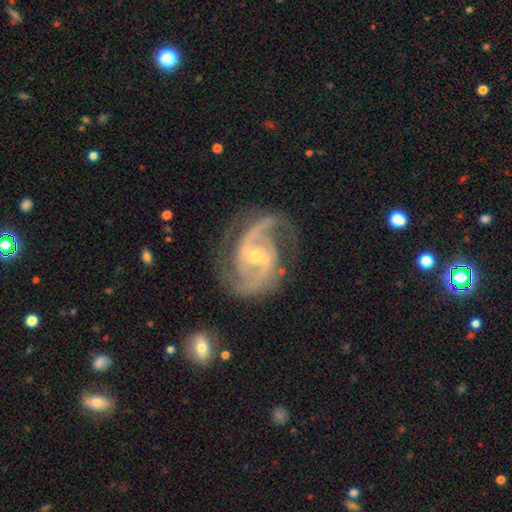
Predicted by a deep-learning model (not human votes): smooth-or-featured: featured or disk: 93% | star or artifact: 4% | smooth: 3%
  disk-edge-on: no: 98% | yes: 2%
    bar: weak: 41% (tied) | no: 41% (tied) | strong: 18%
    has-spiral-arms: yes: 98% | no: 2%
      spiral-winding: medium: 56% | tight: 30% | loose: 13%
      spiral-arm-count: 2: 81% | 3: 9% | can't tell: 4% | 1: 2% | 4: 2% | more than 4: 2%
    bulge-size: small: 55% | moderate: 42% | large: 1% | none: 1% | dominant: 1%
  merging: none: 72% | minor disturbance: 18% | major disturbance: 9% | merger: 2%